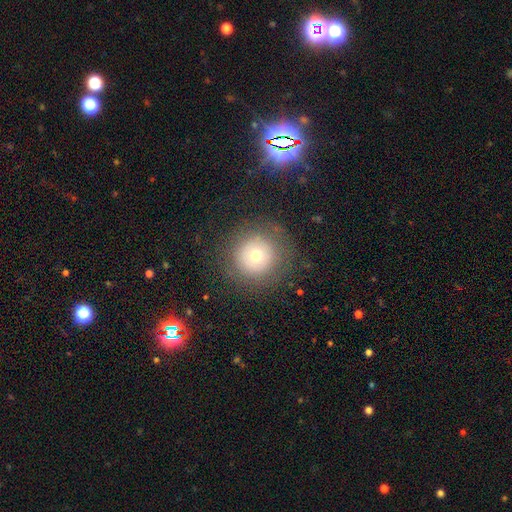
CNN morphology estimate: smooth 66%, featured or disk 22%, star or artifact 13%. Down the decision tree: how rounded — round (95%); merging — none (81%).